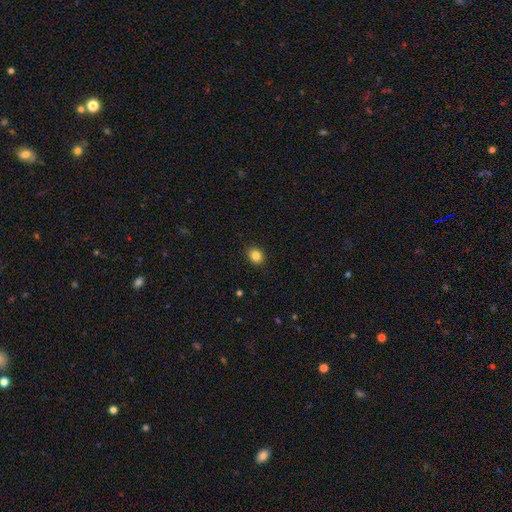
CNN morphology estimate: Smooth or featured?
  - smooth: 85% *
  - star or artifact: 10%
  - featured or disk: 5%
How rounded?
  - round: 69% *
  - in between: 30%
  - cigar-shaped: 1%
Merging?
  - none: 91% *
  - minor disturbance: 7%
  - major disturbance: 2%
  - merger: 1%